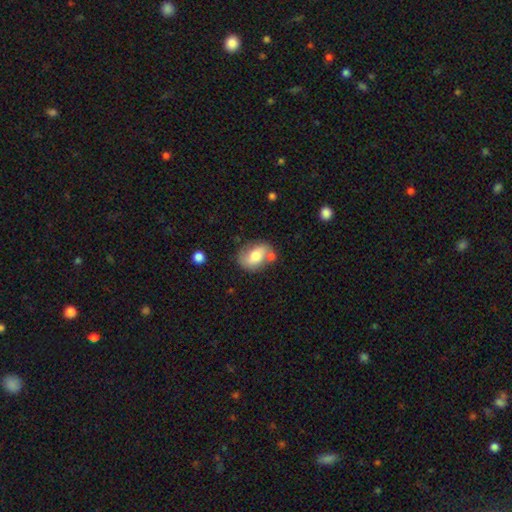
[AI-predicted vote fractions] This appears to be a smooth galaxy with no disk features (58%) that is in between round and cigar-shaped (72%). Merging: none (59%).